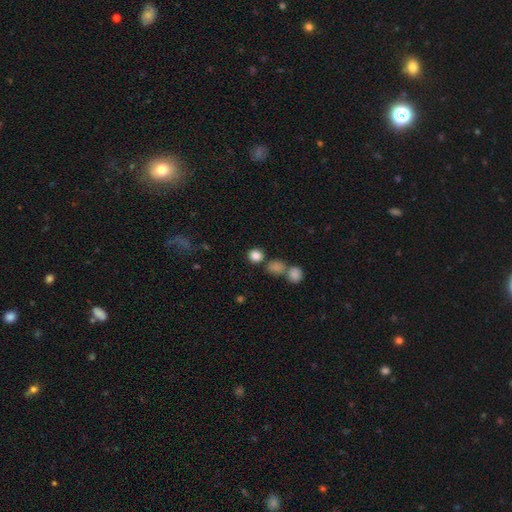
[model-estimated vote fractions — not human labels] smooth 83%, star or artifact 12%, featured or disk 5%. Down the decision tree: how rounded — round (84%); merging — none (71%).